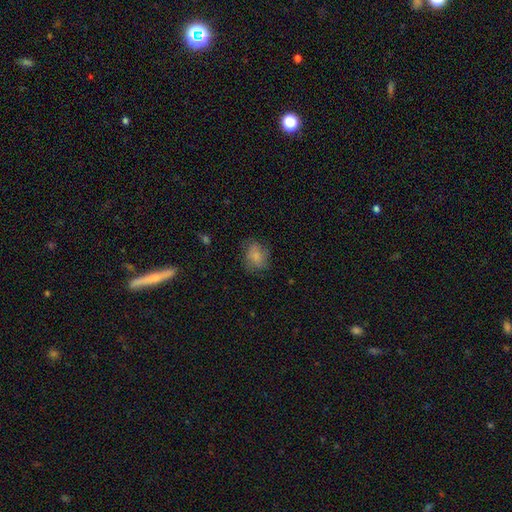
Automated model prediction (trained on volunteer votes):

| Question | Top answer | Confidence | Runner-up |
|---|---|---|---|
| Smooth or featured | smooth | 77% | featured or disk (14%) |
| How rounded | round | 58% | in between (41%) |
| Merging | none | 66% | minor disturbance (23%) |